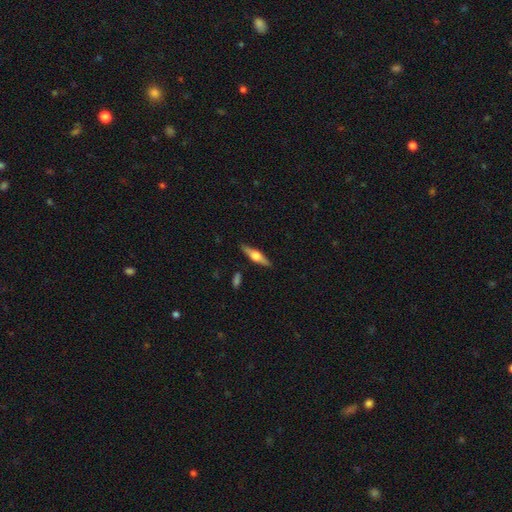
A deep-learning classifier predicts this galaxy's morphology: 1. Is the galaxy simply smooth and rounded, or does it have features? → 67% featured or disk, 27% smooth, 6% star or artifact.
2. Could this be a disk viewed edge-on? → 97% yes, 3% no.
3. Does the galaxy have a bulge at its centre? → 92% rounded, 6% boxy, 2% none.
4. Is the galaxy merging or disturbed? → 88% none, 9% minor disturbance, 2% major disturbance, 2% merger.